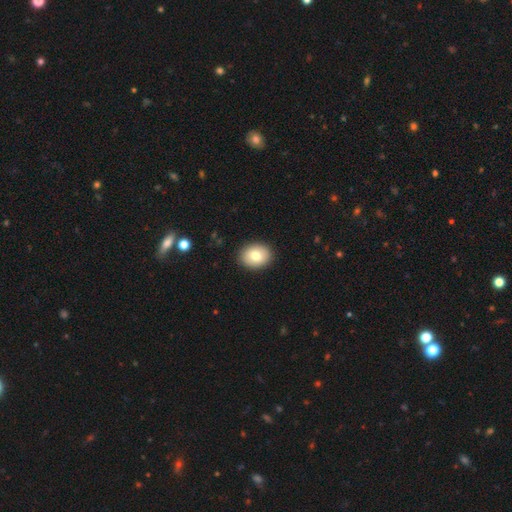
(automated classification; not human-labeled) A smooth galaxy with no disk features (78%) that is in between round and cigar-shaped (56%). Merging: none (90%).